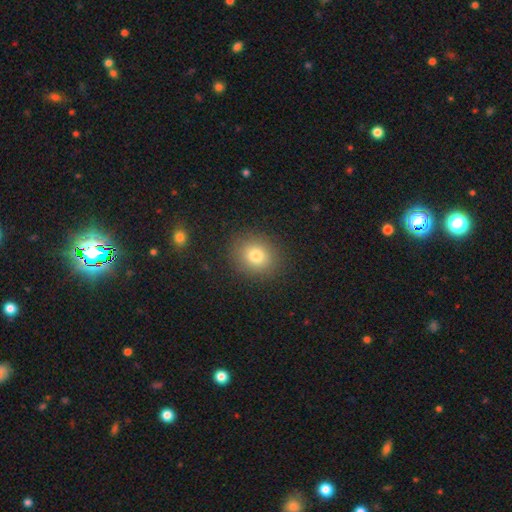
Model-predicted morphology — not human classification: This appears to be a smooth galaxy with no disk features (78%) that is round (77%). Merging: none (89%).